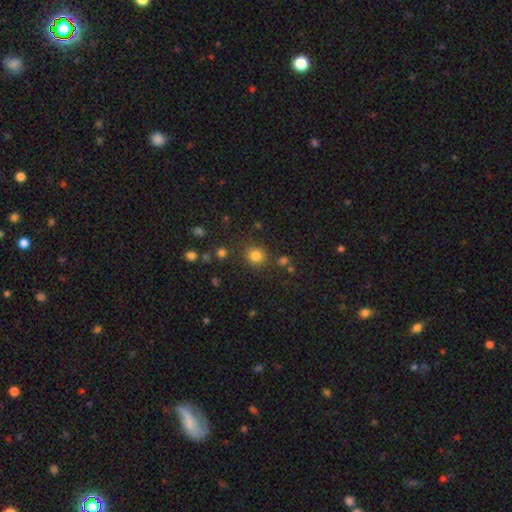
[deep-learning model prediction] This is clearly a smooth galaxy (81%). How rounded: clearly round (86%). Merging: clearly none (81%).